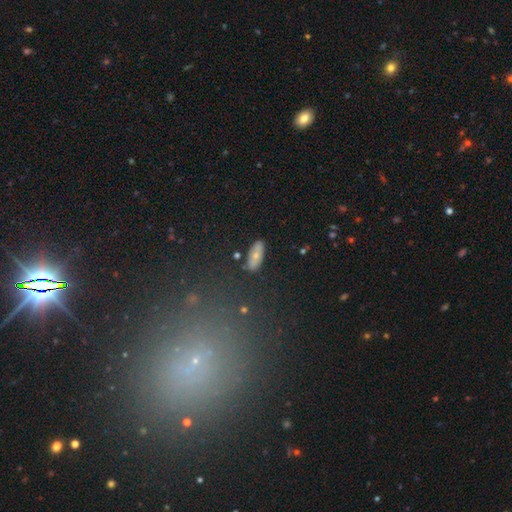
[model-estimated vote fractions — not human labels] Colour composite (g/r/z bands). It shows a smooth galaxy with no disk features (62%) that is in between round and cigar-shaped (83%). Merging: none (80%).